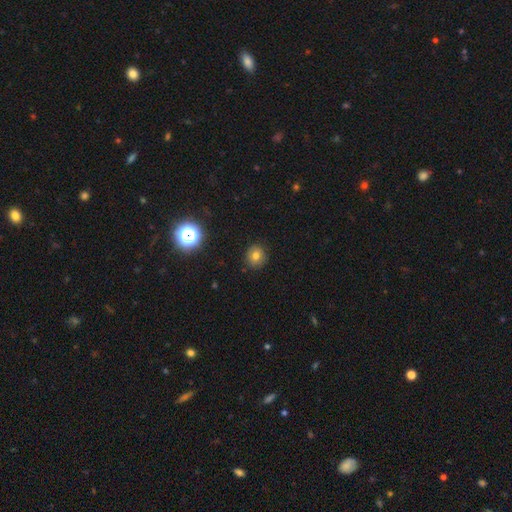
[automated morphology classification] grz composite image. It shows a smooth galaxy with no disk features (75%) that is round (89%). Merging: none (89%).